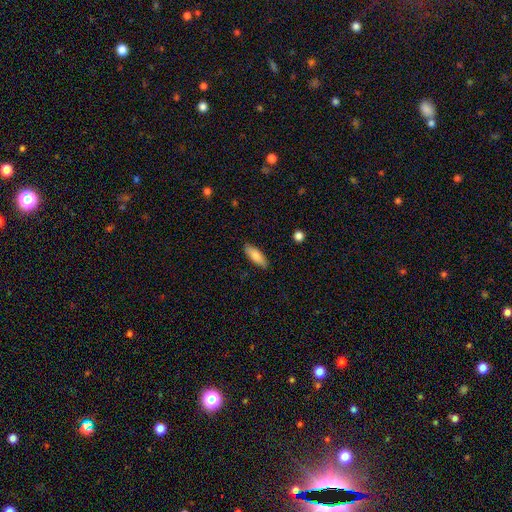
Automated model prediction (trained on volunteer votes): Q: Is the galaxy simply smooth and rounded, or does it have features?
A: smooth — 83%.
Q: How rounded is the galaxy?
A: in between — 64%.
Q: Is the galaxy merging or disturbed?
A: none — 87%.